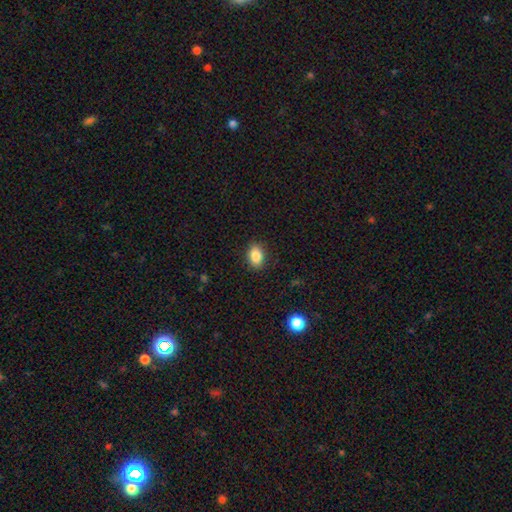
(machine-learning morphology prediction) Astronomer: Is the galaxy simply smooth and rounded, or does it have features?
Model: smooth — 86%.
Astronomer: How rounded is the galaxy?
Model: in between — 79%.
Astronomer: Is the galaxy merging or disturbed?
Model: none — 88%.